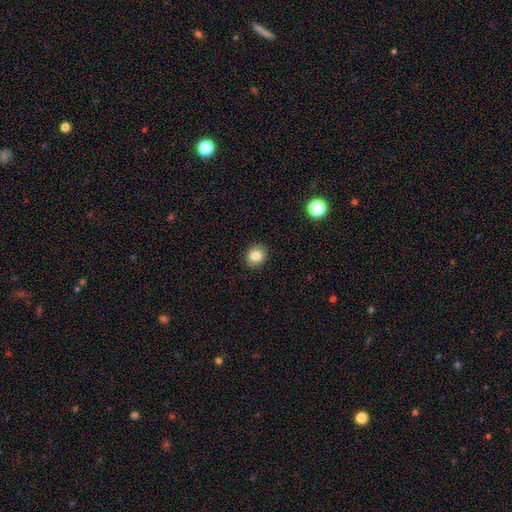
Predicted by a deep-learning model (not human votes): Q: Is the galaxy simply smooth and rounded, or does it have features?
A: smooth — 83%.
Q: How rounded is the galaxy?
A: round — 75%.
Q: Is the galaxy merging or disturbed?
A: none — 91%.